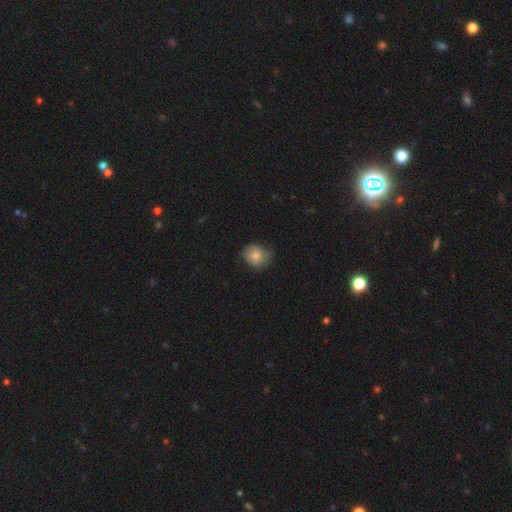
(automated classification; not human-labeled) Smooth or featured: smooth — 77% (featured or disk — 14%)
How rounded: round — 65% (in between — 34%)
Merging: none — 59% (minor disturbance — 33%)